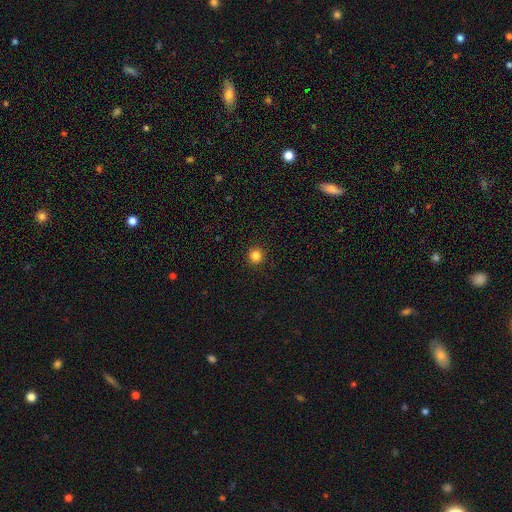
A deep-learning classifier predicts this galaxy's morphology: smooth 83%, star or artifact 13%, featured or disk 4%. Down the decision tree: how rounded — round (95%); merging — none (93%).